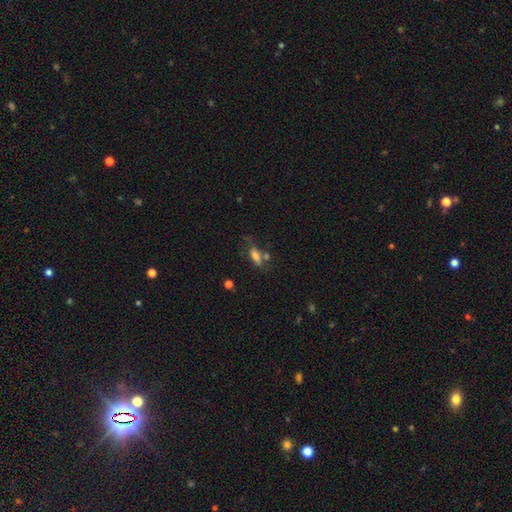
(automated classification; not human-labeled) smooth-or-featured: smooth: 67% | featured or disk: 22% | star or artifact: 11%
  how-rounded: in between: 66% | cigar-shaped: 30% | round: 4%
  merging: none: 49% | minor disturbance: 21% | merger: 18% | major disturbance: 11%